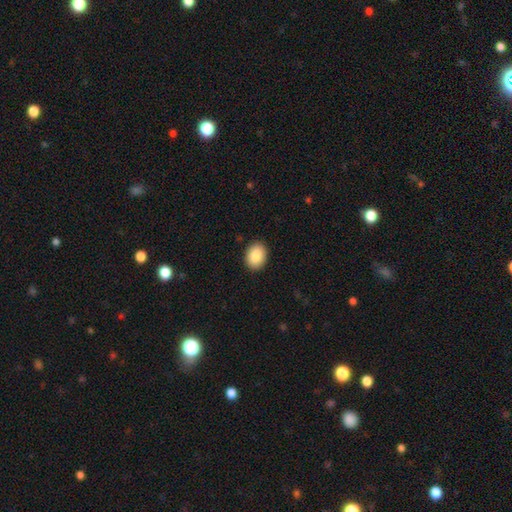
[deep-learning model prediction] This is clearly a smooth galaxy (88%). How rounded: likely in between (67%). Merging: clearly none (90%).